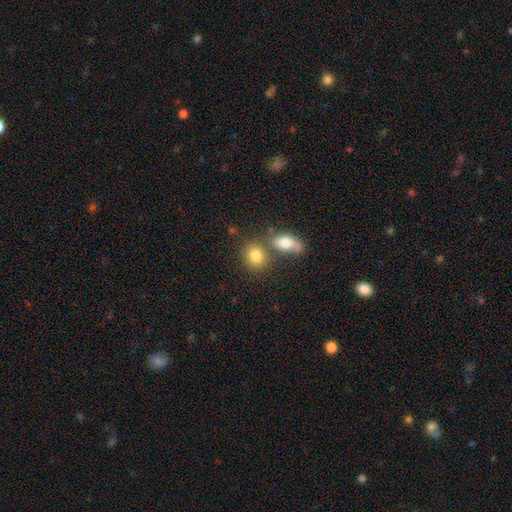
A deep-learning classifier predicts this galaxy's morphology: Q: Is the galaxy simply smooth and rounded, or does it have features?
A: smooth — 81%.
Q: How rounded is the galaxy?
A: round — 60%.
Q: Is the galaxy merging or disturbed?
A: none — 56%.